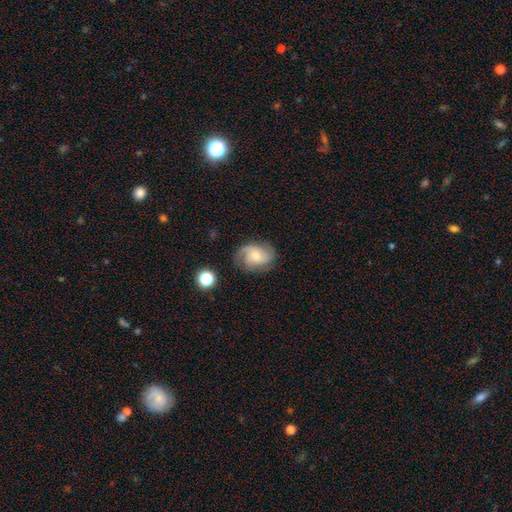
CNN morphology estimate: The model was most divided on "bulge size": moderate: 48%, small: 45%, large: 4%, none: 3%, dominant: 1%. Remaining: edge-on disk — no (97%); spiral arms — yes (93%); bar — no (70%); merging — none (69%); smooth or featured — featured or disk (66%); spiral winding — medium (45%); spiral arm count — 2 (36%).